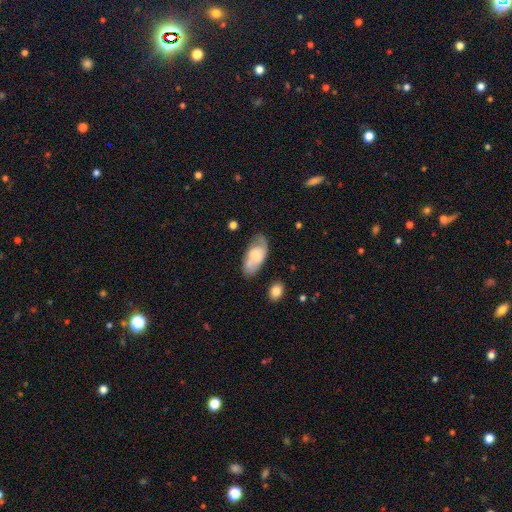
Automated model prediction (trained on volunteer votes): Smooth or featured? Predicted: smooth (p=0.52). How rounded? Predicted: in between (p=0.90). Merging? Predicted: none (p=0.59).